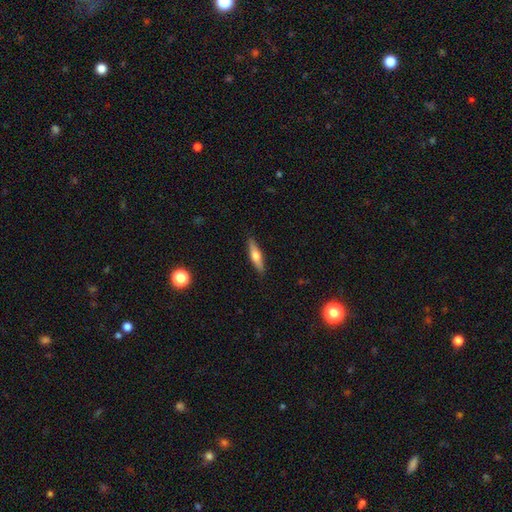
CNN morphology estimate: smooth_or_featured: featured or disk (p=0.48) [alt: smooth p=0.47]
merging: none (p=0.90) [alt: minor disturbance p=0.08]